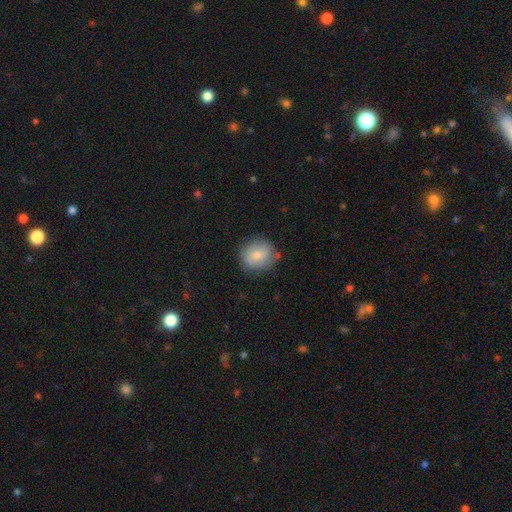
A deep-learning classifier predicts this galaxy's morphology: A smooth galaxy with no disk features (76%) that is round (78%). Merging: none (73%).